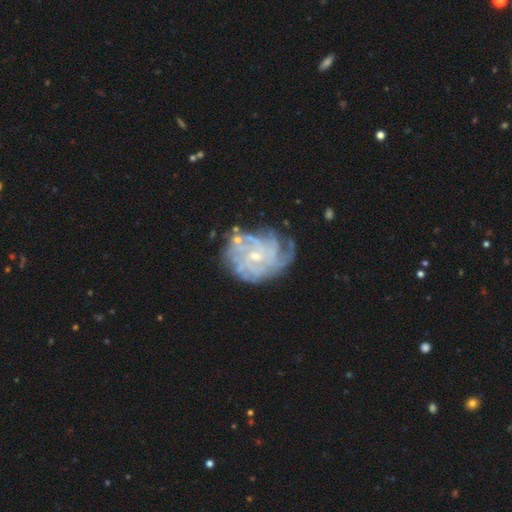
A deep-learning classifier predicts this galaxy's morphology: Smooth or featured: featured or disk — 84% (star or artifact — 9%)
Edge-on disk: no — 98% (yes — 2%)
Bar: no — 64% (weak — 30%)
Spiral arms: yes — 93% (no — 7%)
Spiral winding: tight — 66% (medium — 26%)
Spiral arm count: can't tell — 38% (4 — 18%)
Bulge size: small — 70% (moderate — 25%)
Merging: none — 63% (minor disturbance — 21%)